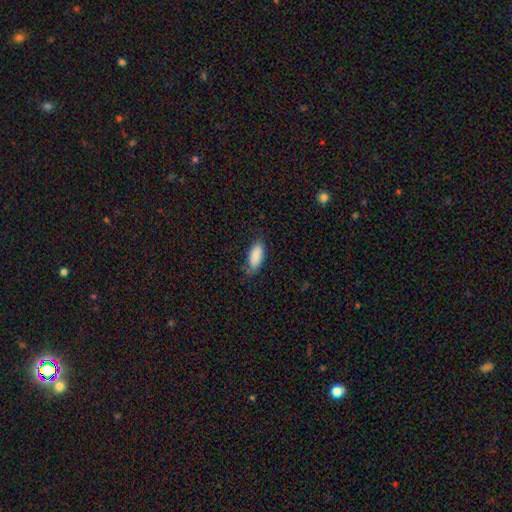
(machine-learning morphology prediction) This appears to be a smooth galaxy with no disk features (88%) that is in between round and cigar-shaped (88%). Merging: none (75%).